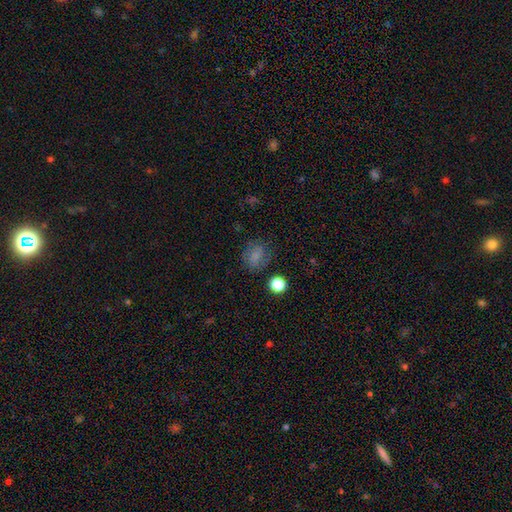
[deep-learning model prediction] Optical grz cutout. It shows a smooth galaxy with no disk features (73%) that is round (60%). Merging: none (71%).